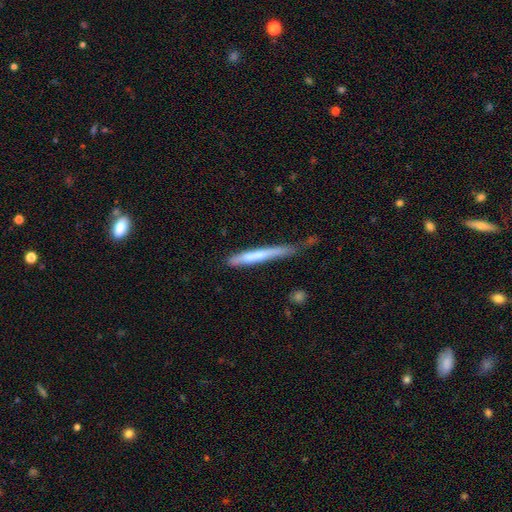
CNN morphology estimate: The model was most divided on "smooth or featured": featured or disk: 53%, smooth: 39%, star or artifact: 8%. More confident: edge-on disk — yes (93%); merging — none (66%).